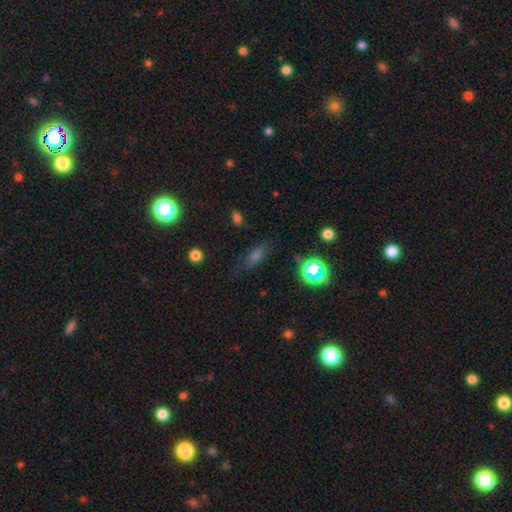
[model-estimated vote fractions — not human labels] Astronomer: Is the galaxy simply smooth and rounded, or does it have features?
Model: smooth — 54%.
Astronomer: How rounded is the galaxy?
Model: in between — 54% (runner-up: cigar-shaped, 35%).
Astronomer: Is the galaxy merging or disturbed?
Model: none — 77%.